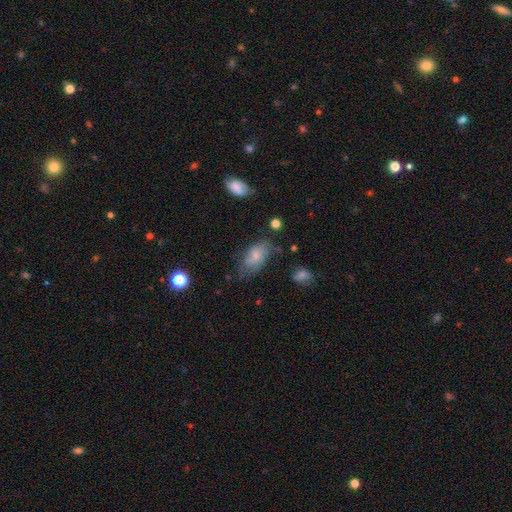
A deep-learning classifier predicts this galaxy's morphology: type=smooth (62%); roundness=in between (91%); merging=none (45%).